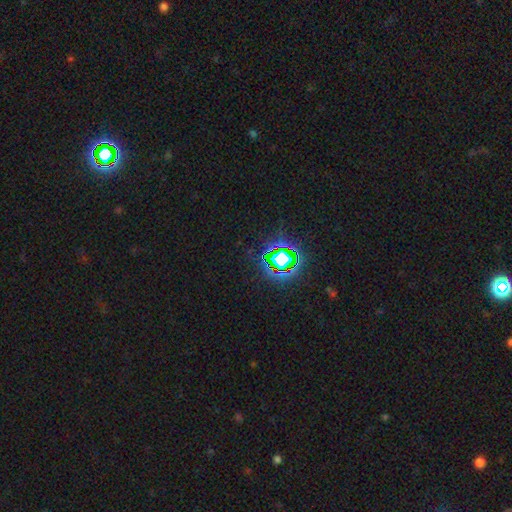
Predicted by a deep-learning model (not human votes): star or artifact 79%, smooth 14%, featured or disk 7%.